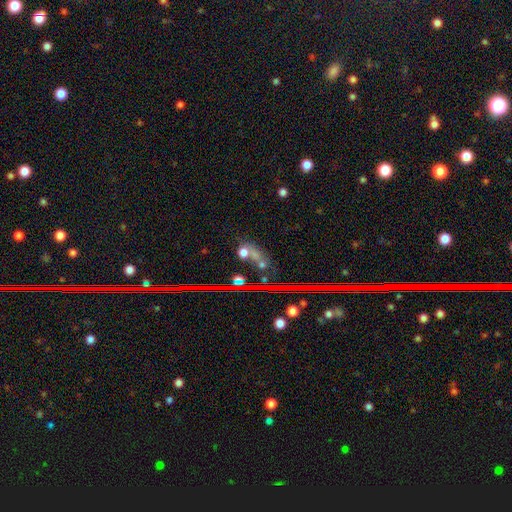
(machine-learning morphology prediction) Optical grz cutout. It shows a smooth galaxy with no disk features (43%). Merging: none (44%).